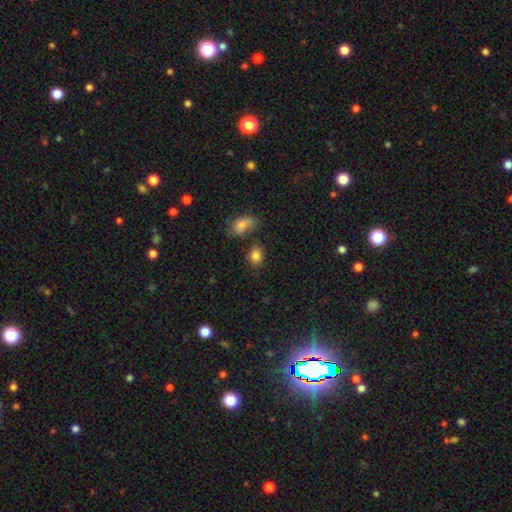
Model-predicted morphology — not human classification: A smooth galaxy with no disk features (84%) that is in between round and cigar-shaped (60%). Merging: none (73%).